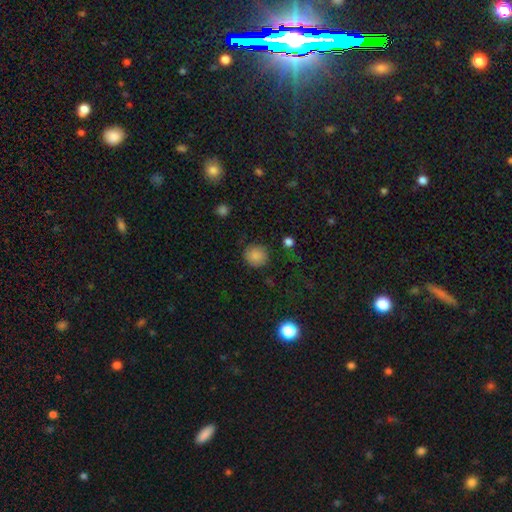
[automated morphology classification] A smooth galaxy with no disk features (84%) that is round (88%). Merging: none (84%).